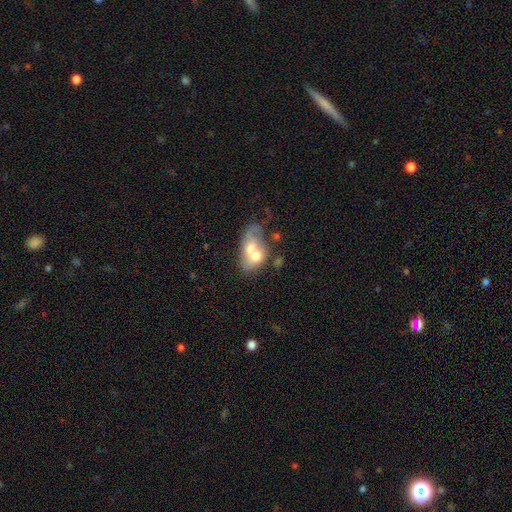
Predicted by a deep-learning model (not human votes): A smooth galaxy with no disk features (51%) that is in between round and cigar-shaped (80%). Merging: merger (66%).